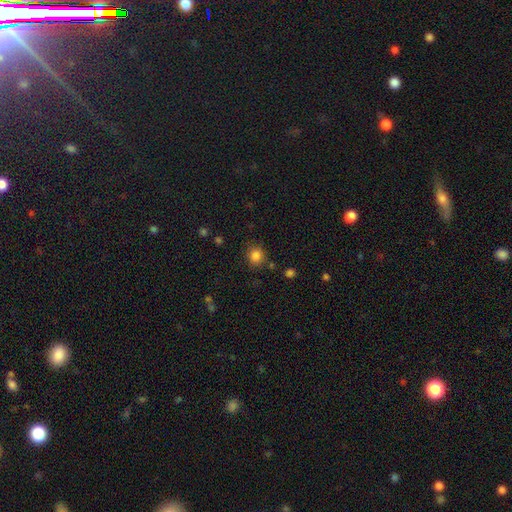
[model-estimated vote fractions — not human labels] A smooth galaxy with no disk features (83%) that is round (84%). Merging: none (82%).